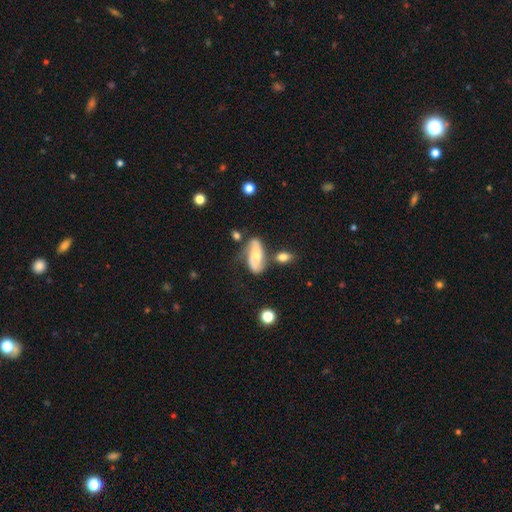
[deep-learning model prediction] A featured or disk galaxy (56%) with no bar (58%), spiral arms (83%) and a moderate central bulge (49%). Merging: none (51%).